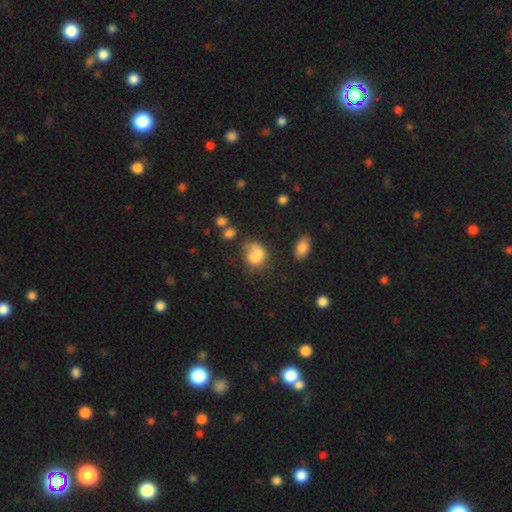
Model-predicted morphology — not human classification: A smooth galaxy with no disk features (70%) that is in between round and cigar-shaped (54%).

Vote fractions:
- Smooth or featured? smooth: 70% / featured or disk: 18% / star or artifact: 12%
- How rounded? in between: 54% / round: 44% / cigar-shaped: 1%
- Merging? merger: 39% / none: 25% / minor disturbance: 18% / major disturbance: 17%